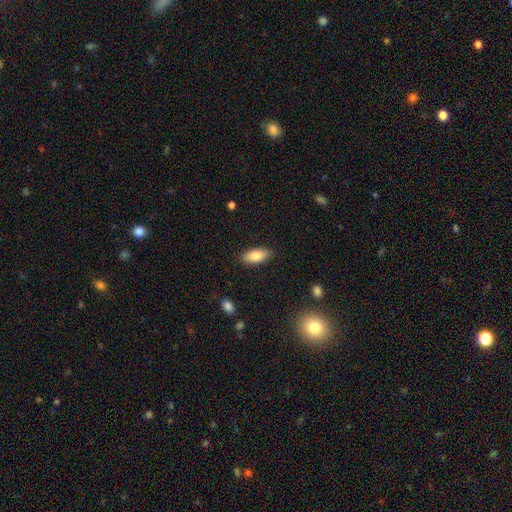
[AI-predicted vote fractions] Morphology: type=smooth (83%); roundness=in between (83%); merging=none (87%).